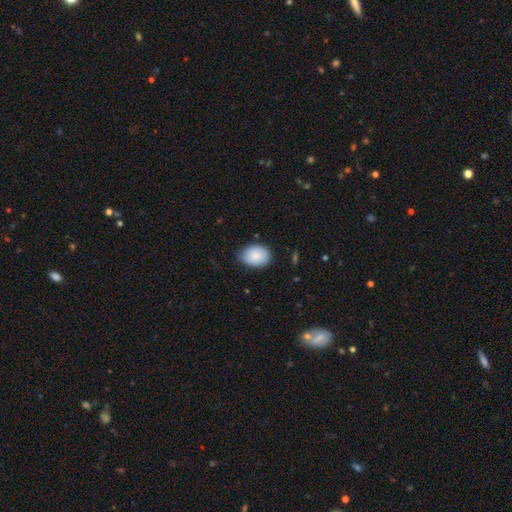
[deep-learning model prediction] This appears to be a smooth galaxy with no disk features (87%) that is in between round and cigar-shaped (75%). Merging: none (72%).